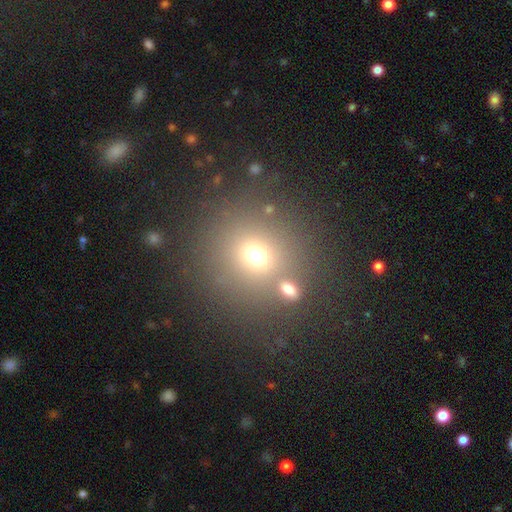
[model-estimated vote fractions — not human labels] Overall: smooth (65%). How rounded: round (89%). Merging: none (76%).